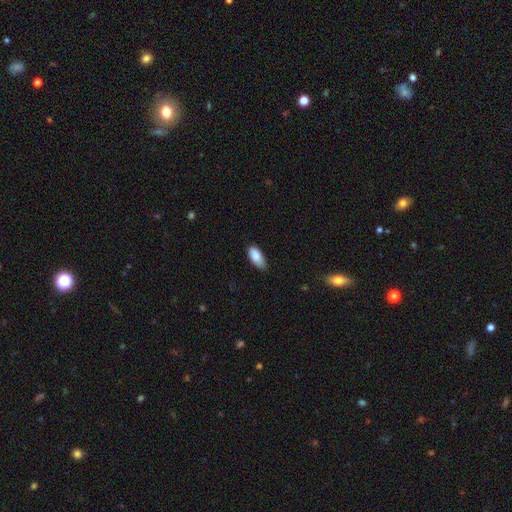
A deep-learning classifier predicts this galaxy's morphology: smooth 87%, star or artifact 7%, featured or disk 6%. Down the decision tree: how rounded — in between (89%); merging — none (63%).